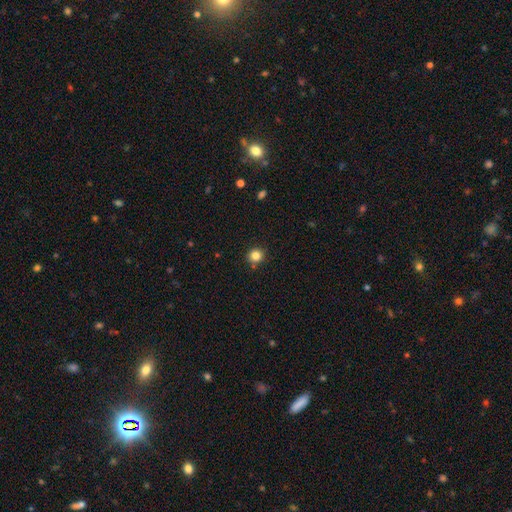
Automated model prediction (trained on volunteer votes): Smooth or featured: smooth — 83% (star or artifact — 12%)
How rounded: round — 90% (in between — 9%)
Merging: none — 88% (minor disturbance — 7%)